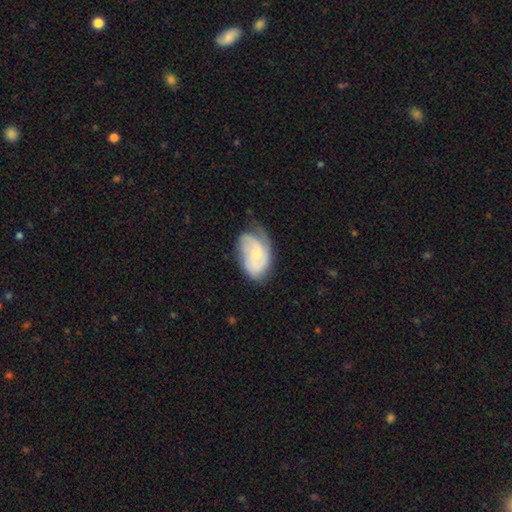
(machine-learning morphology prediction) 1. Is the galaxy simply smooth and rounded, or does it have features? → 63% featured or disk, 31% smooth, 6% star or artifact.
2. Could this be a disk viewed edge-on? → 97% no, 3% yes.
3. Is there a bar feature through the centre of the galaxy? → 68% no, 28% weak, 4% strong.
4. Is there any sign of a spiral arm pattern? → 88% yes, 12% no.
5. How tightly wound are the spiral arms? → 45% tight, 38% medium, 17% loose.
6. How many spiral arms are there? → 37% 2, 28% can't tell, 15% 3, 15% 1, 3% 4, 2% more than 4.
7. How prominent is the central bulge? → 58% small, 32% moderate, 7% none, 2% large, 1% dominant.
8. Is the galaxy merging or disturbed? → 50% none, 32% minor disturbance, 16% major disturbance, 2% merger.